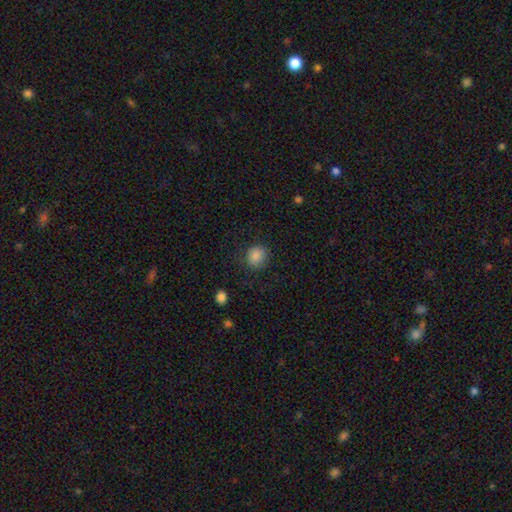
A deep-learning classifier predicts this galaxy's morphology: Smooth or featured? smooth (86%)
How rounded? round (82%)
Merging? none (84%)